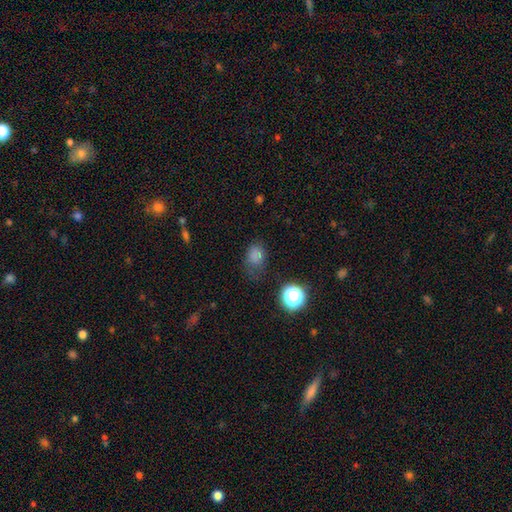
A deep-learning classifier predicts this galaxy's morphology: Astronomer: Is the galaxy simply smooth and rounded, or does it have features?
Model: smooth — 74%.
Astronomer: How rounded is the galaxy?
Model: in between — 55% (runner-up: round, 43%).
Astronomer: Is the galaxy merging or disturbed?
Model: none — 55%.